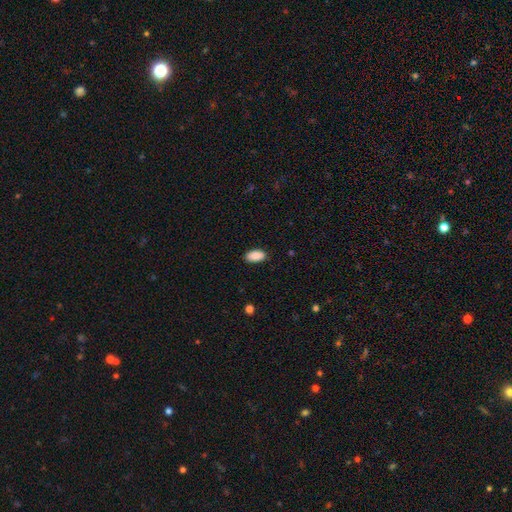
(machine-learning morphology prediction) Smooth or featured? Predicted: smooth (p=0.90). How rounded? Predicted: in between (p=0.94). Merging? Predicted: none (p=0.87).